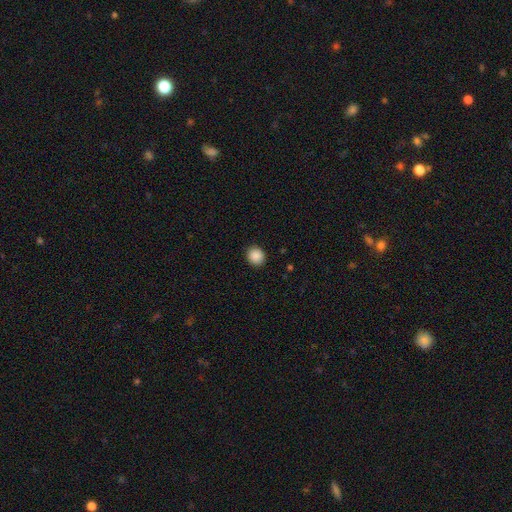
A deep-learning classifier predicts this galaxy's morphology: type=smooth (89%); roundness=round (87%); merging=none (91%).